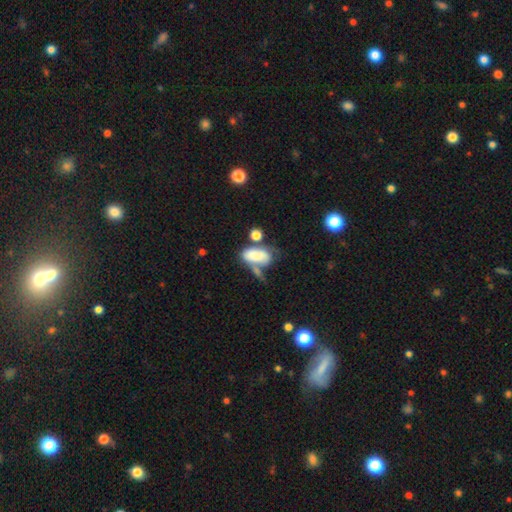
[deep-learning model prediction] Smooth or featured?
  - smooth: 76% *
  - featured or disk: 16%
  - star or artifact: 9%
How rounded?
  - in between: 91% *
  - round: 5%
  - cigar-shaped: 4%
Merging?
  - merger: 36% *
  - none: 27%
  - minor disturbance: 19%
  - major disturbance: 18%